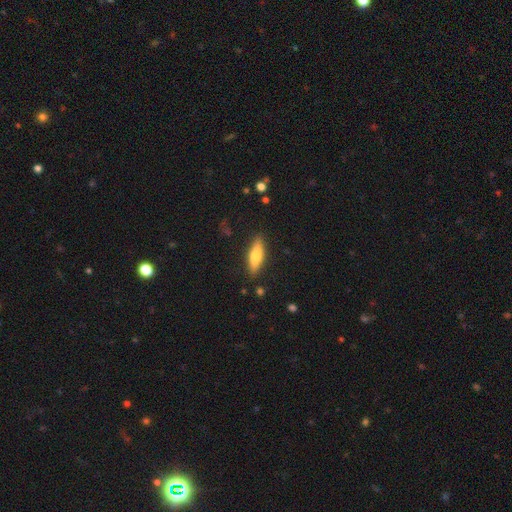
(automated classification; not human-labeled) Smooth or featured: smooth — 68% (featured or disk — 26%)
How rounded: cigar-shaped — 52% (in between — 46%)
Merging: none — 86% (minor disturbance — 10%)